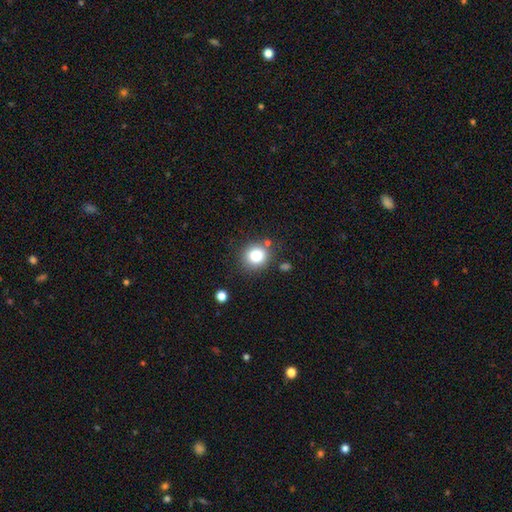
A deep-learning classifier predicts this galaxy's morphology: A smooth galaxy with no disk features (82%) that is round (83%). Merging: none (80%).